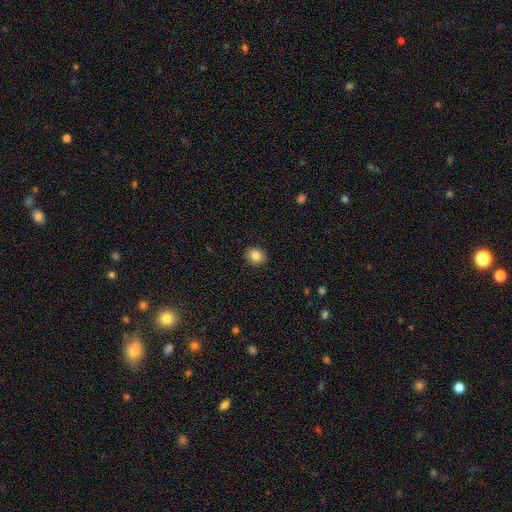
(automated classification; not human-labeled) smooth-or-featured: smooth: 84% | star or artifact: 9% | featured or disk: 7%
  how-rounded: round: 67% | in between: 32% | cigar-shaped: 1%
  merging: none: 90% | minor disturbance: 7% | major disturbance: 2% | merger: 1%